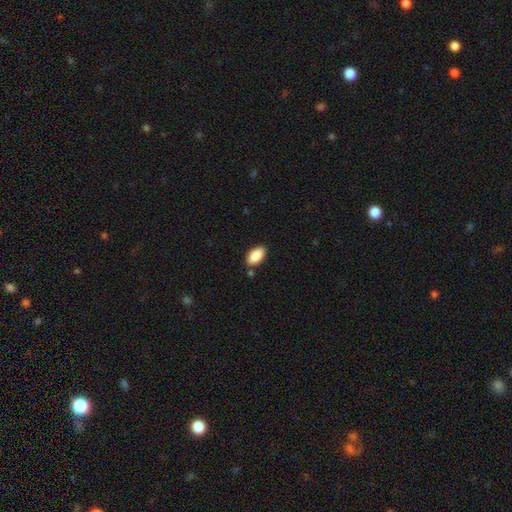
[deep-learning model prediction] This appears to be a smooth galaxy with no disk features (89%) that is in between round and cigar-shaped (94%). Merging: none (83%).